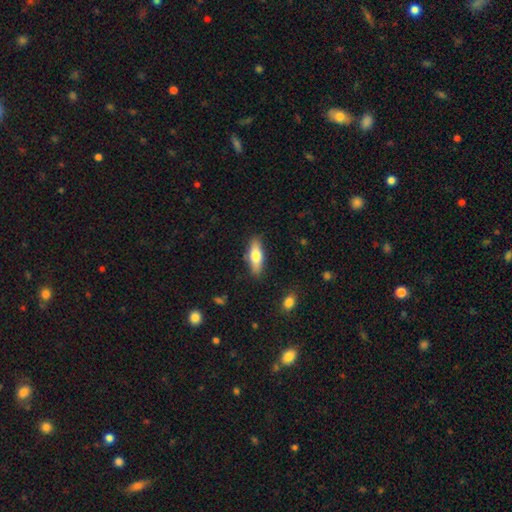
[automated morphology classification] type=smooth (68%); roundness=in between (60%); merging=none (85%).